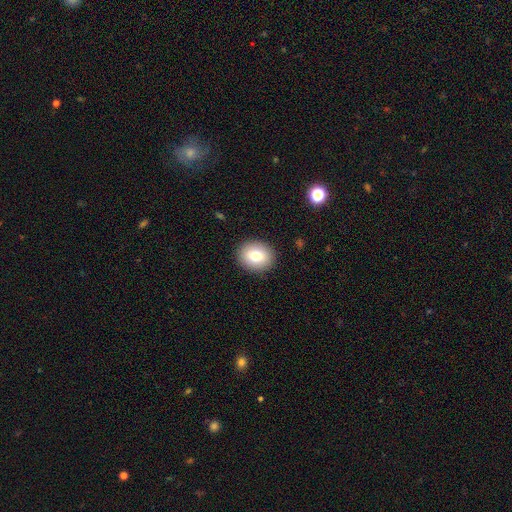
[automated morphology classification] smooth_or_featured: smooth (p=0.78) [alt: featured or disk p=0.13]
how_rounded: round (p=0.64) [alt: in between p=0.35]
merging: none (p=0.90) [alt: minor disturbance p=0.07]